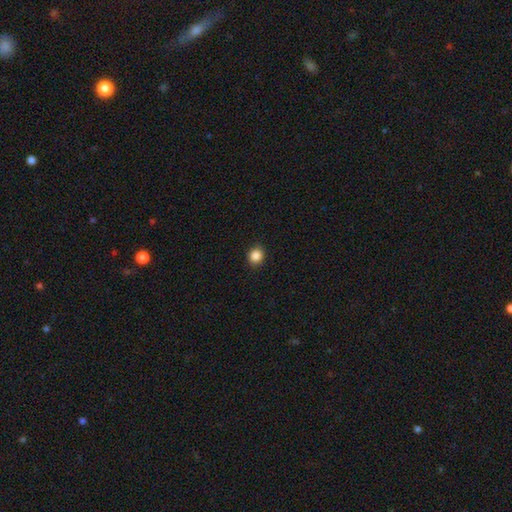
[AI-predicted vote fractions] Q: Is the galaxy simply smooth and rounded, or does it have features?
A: smooth — 86%.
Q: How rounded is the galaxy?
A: round — 79%.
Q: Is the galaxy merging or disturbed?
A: none — 90%.